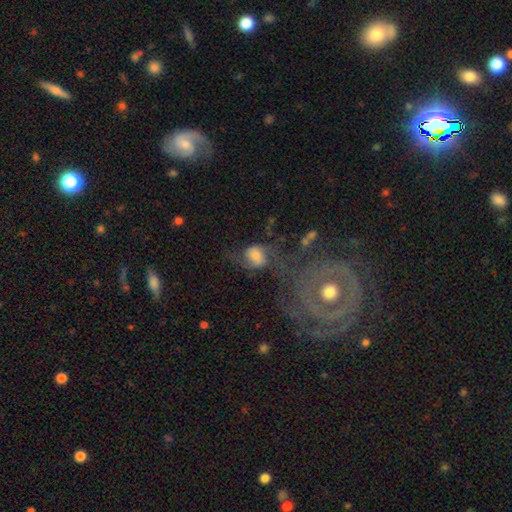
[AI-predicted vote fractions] Q: Smooth or featured?
A: featured or disk (47%); runner-up: smooth (43%)
Q: Merging?
A: none (36%); runner-up: major disturbance (29%)